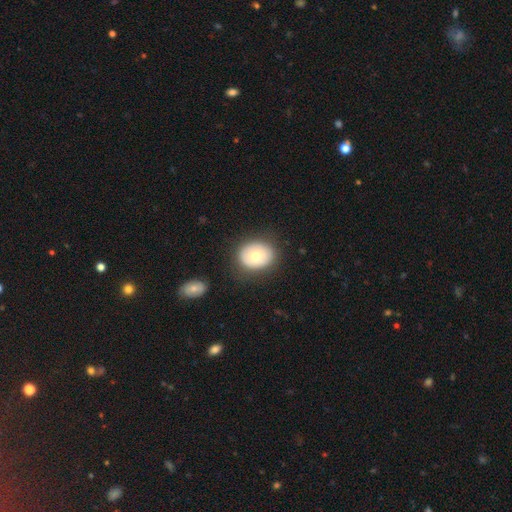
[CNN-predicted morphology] Overall: smooth (66%; featured or disk 27%). How rounded: in between (51%; round 48%). Merging: none (79%).